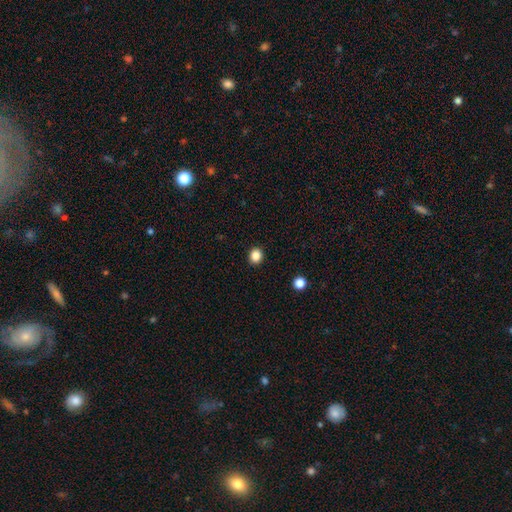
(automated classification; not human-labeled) The model was most divided on "how rounded": round: 72%, in between: 27%, cigar-shaped: 1%. More confident: merging — none (92%); smooth or featured — smooth (86%).